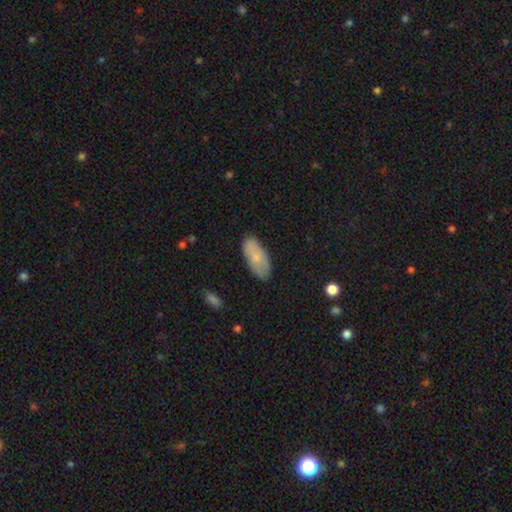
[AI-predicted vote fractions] Overall: smooth (72%). How rounded: in between (89%). Merging: none (79%).